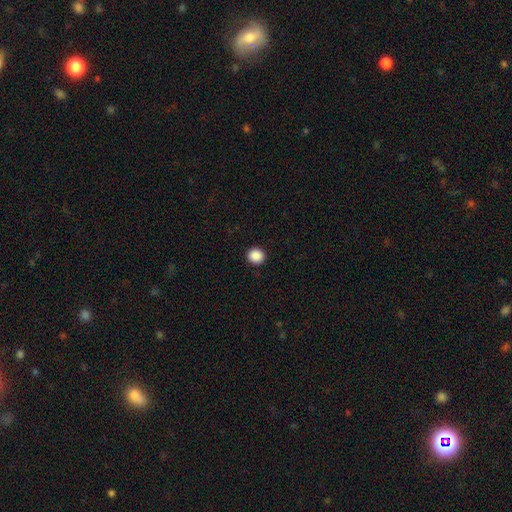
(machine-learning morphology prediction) Smooth or featured: smooth — 89% (star or artifact — 9%)
How rounded: round — 88% (in between — 11%)
Merging: none — 93% (minor disturbance — 5%)